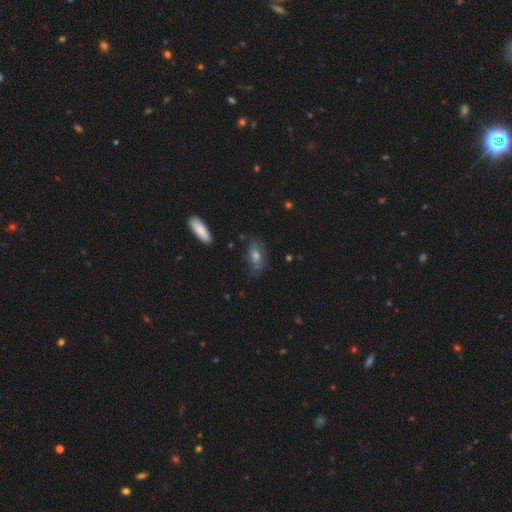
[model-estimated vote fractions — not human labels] Smooth or featured: smooth — 56% (featured or disk — 31%)
How rounded: in between — 79% (cigar-shaped — 12%)
Merging: none — 73% (minor disturbance — 20%)